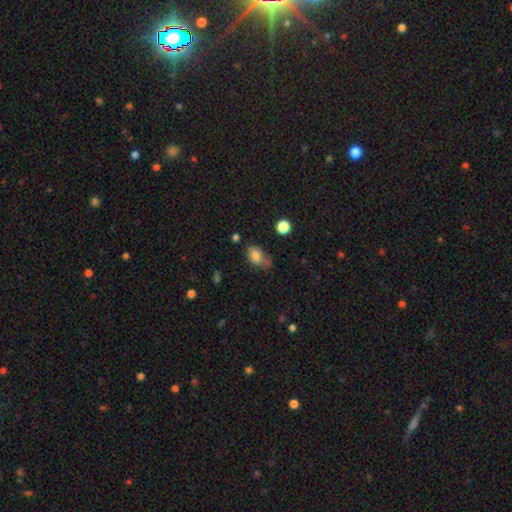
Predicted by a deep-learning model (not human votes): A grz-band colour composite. It shows a smooth galaxy with no disk features (80%) that is in between round and cigar-shaped (86%). Merging: none (47%).